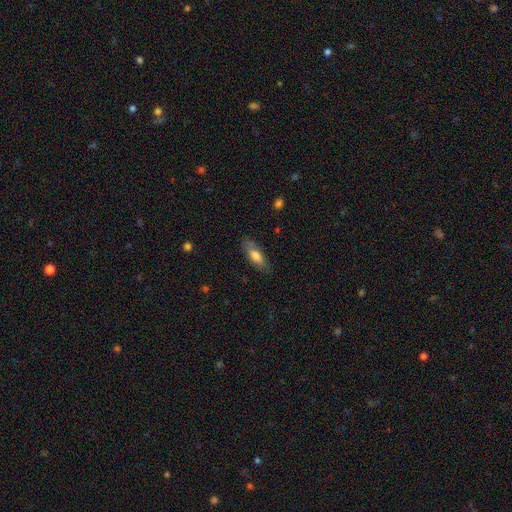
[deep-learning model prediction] Overall: smooth (70%). How rounded: in between (69%). Merging: none (79%).